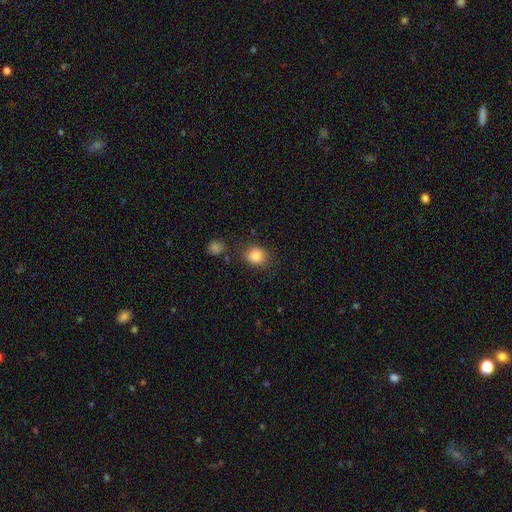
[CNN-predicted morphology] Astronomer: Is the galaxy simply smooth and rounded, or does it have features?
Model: smooth — 85%.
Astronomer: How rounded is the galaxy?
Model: round — 70%.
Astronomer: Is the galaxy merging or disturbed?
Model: none — 78%.